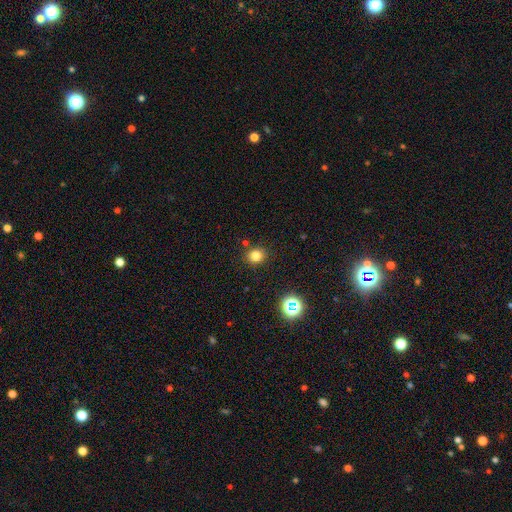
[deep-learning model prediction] This appears to be a smooth galaxy with no disk features (78%) that is round (78%). Merging: none (84%).